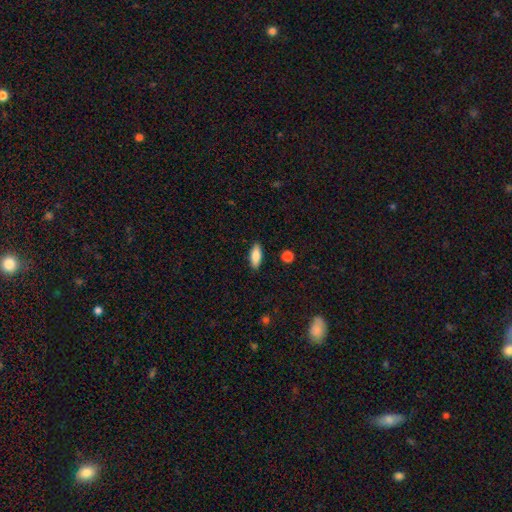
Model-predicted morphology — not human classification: smooth 81%, featured or disk 12%, star or artifact 7%. Down the decision tree: how rounded — in between (74%); merging — none (87%).